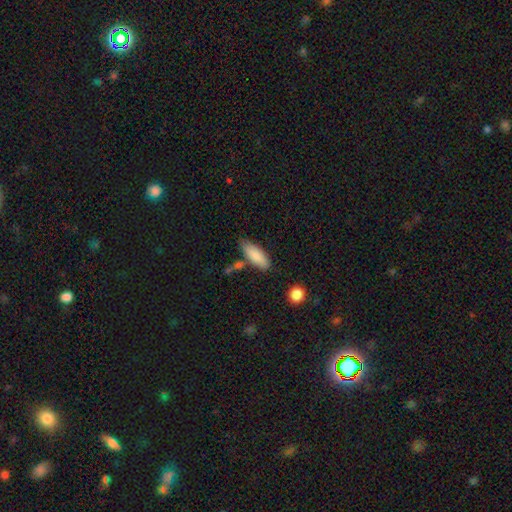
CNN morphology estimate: This appears to be a smooth galaxy with no disk features (84%) that is in between round and cigar-shaped (68%). Merging: none (71%).